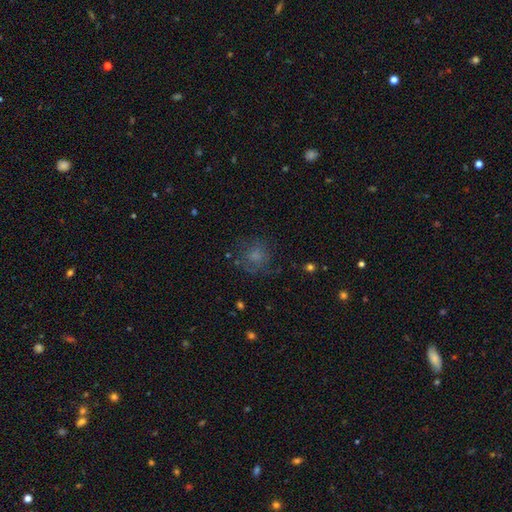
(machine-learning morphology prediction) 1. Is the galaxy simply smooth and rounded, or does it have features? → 60% smooth, 23% featured or disk, 17% star or artifact.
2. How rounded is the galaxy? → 82% round, 16% in between, 1% cigar-shaped.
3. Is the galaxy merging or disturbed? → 64% none, 19% minor disturbance, 15% major disturbance, 2% merger.